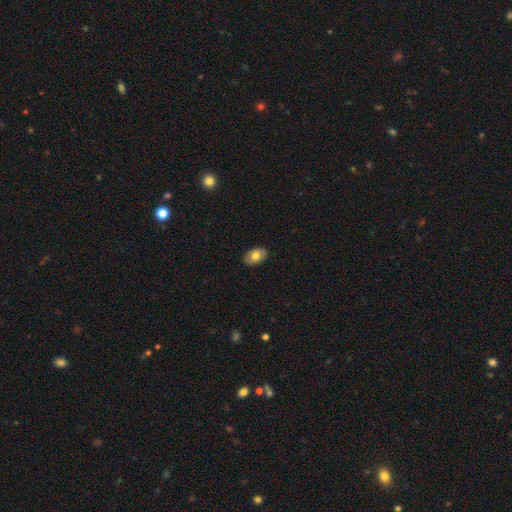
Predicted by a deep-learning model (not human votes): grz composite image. It shows a smooth galaxy with no disk features (77%) that is in between round and cigar-shaped (88%). Merging: none (90%).